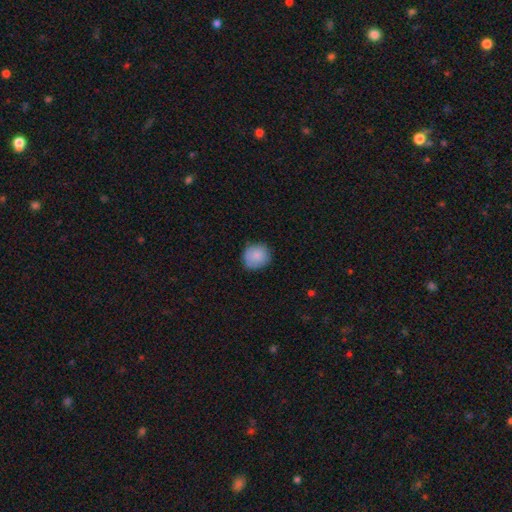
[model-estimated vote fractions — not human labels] Smooth or featured?
  - smooth: 86% *
  - featured or disk: 7%
  - star or artifact: 7%
How rounded?
  - round: 82% *
  - in between: 17%
  - cigar-shaped: 1%
Merging?
  - none: 80% *
  - minor disturbance: 16%
  - major disturbance: 3%
  - merger: 1%